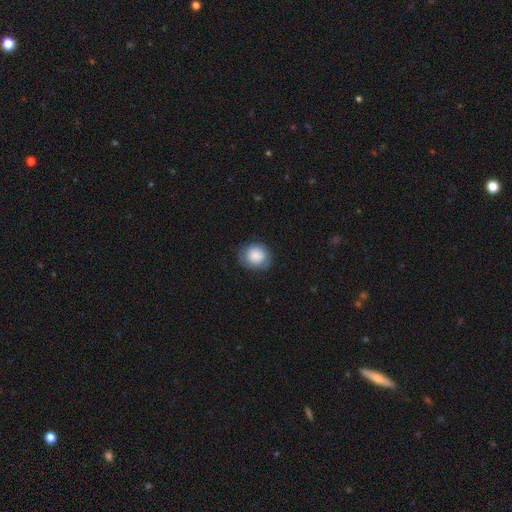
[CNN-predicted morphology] This appears to be a smooth galaxy with no disk features (83%) that is round (79%). Merging: none (79%).